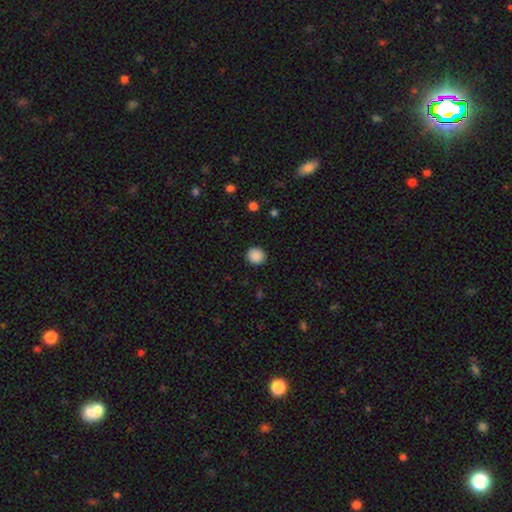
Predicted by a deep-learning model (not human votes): smooth_or_featured: smooth (p=0.89) [alt: star or artifact p=0.09]
how_rounded: round (p=0.90) [alt: in between p=0.09]
merging: none (p=0.91) [alt: minor disturbance p=0.06]